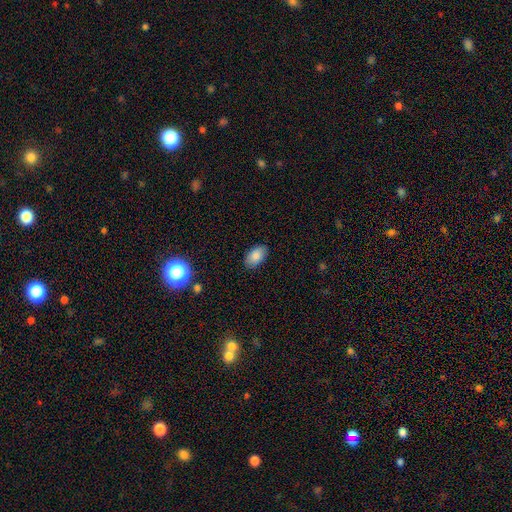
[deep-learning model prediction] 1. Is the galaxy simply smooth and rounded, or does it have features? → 85% smooth, 9% star or artifact, 7% featured or disk.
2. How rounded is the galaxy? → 92% in between, 7% round, 1% cigar-shaped.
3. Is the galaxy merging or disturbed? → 86% none, 10% minor disturbance, 2% major disturbance, 1% merger.